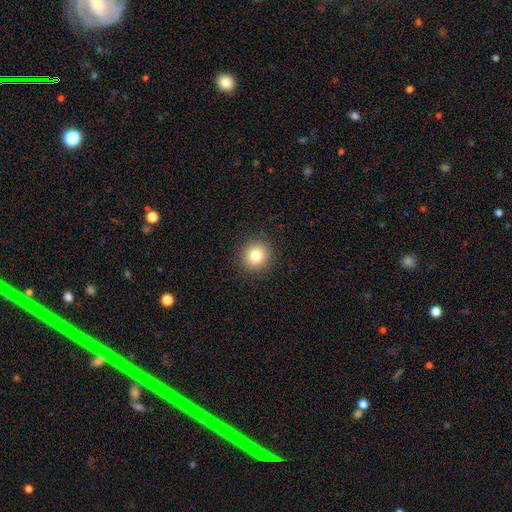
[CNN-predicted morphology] This appears to be a smooth galaxy with no disk features (80%) that is round (91%). Merging: none (91%).